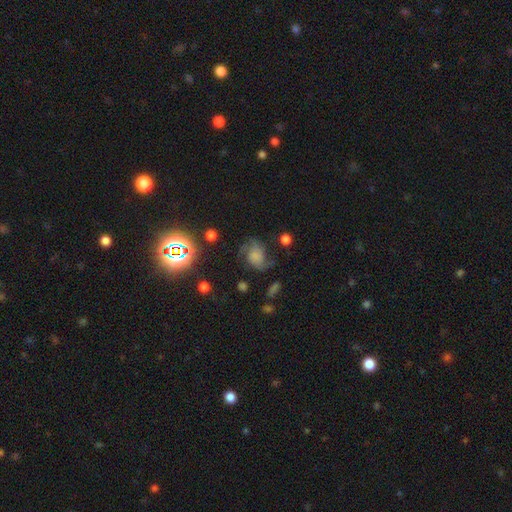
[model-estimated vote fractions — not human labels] Smooth or featured: featured or disk — 56% (smooth — 30%)
Edge-on disk: no — 97% (yes — 3%)
Bar: no — 74% (weak — 21%)
Spiral arms: yes — 89% (no — 11%)
Bulge size: none — 45% (large — 20%)
Merging: none — 53% (minor disturbance — 24%)